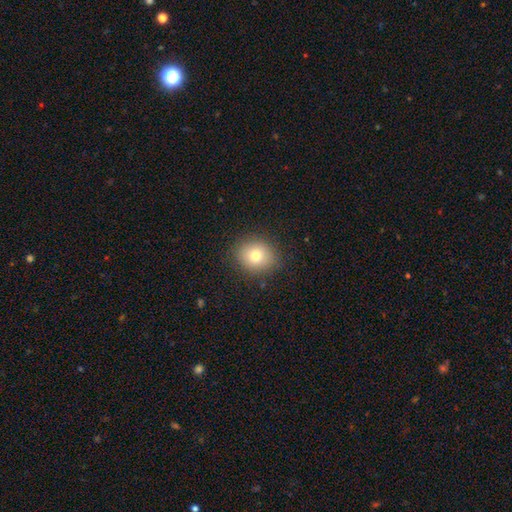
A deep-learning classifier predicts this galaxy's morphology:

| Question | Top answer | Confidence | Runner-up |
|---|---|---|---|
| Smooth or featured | smooth | 78% | featured or disk (11%) |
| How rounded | round | 72% | in between (27%) |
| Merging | none | 88% | minor disturbance (9%) |